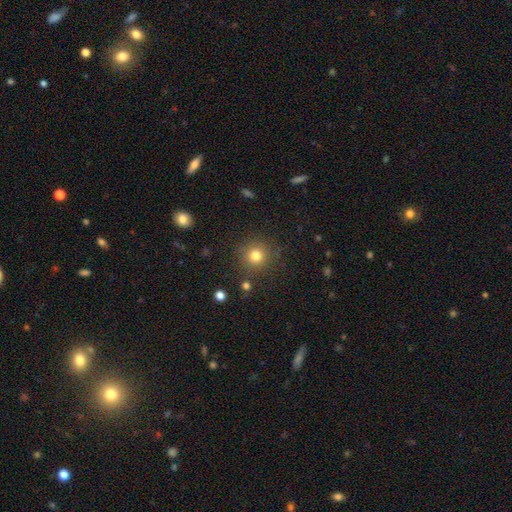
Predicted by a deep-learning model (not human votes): A smooth galaxy with no disk features (80%) that is round (94%).

Vote fractions:
- Smooth or featured? smooth: 80% / star or artifact: 14% / featured or disk: 7%
- How rounded? round: 94% / in between: 6% / cigar-shaped: 1%
- Merging? none: 86% / minor disturbance: 8% / major disturbance: 3% / merger: 3%